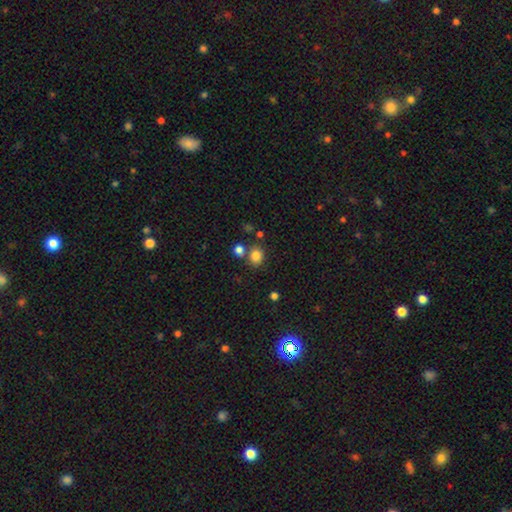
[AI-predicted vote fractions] This appears to be a smooth galaxy with no disk features (82%) that is round (71%). Merging: none (69%).